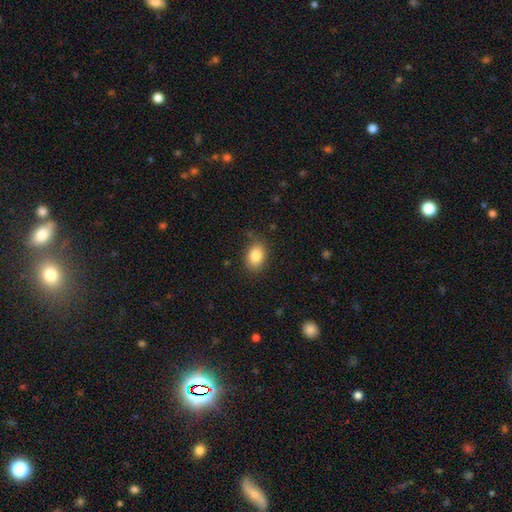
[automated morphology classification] smooth-or-featured: smooth: 84% | star or artifact: 9% | featured or disk: 7%
  how-rounded: in between: 77% | round: 22% | cigar-shaped: 1%
  merging: none: 83% | minor disturbance: 13% | major disturbance: 3% | merger: 1%